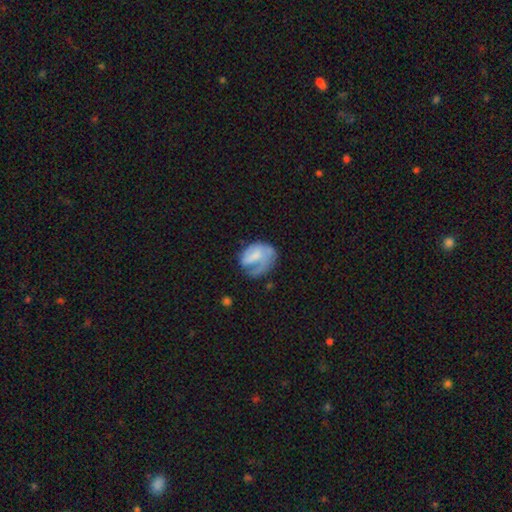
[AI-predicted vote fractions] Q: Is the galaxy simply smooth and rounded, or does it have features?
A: featured or disk — 49%.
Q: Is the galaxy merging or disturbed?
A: major disturbance — 37%.